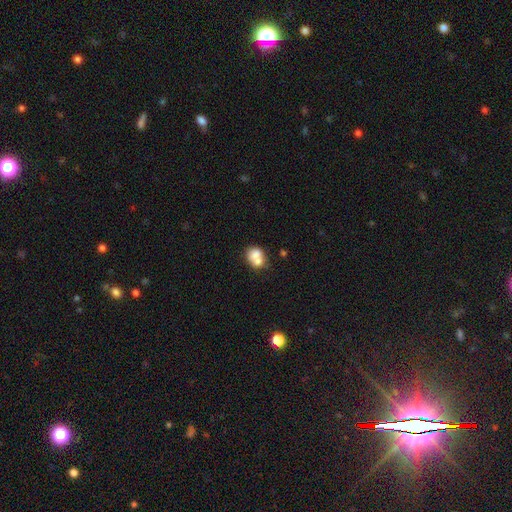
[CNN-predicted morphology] Overall: smooth (72%). How rounded: round (55%; in between 44%). Merging: merger (55%; none 30%).